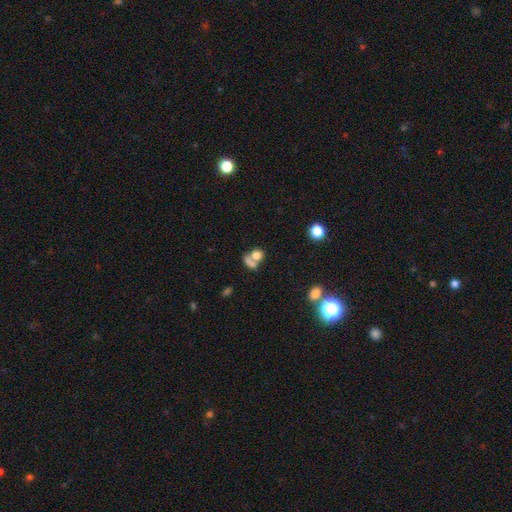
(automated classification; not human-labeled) Morphology: type=smooth (70%); roundness=round (59%); merging=merger (54%).